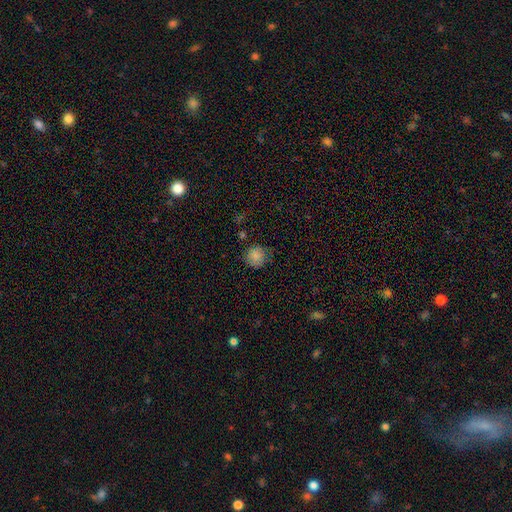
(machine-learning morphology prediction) The model was most divided on "merging": none: 72%, minor disturbance: 21%, major disturbance: 5%, merger: 2%. More confident: how rounded — round (89%); smooth or featured — smooth (85%).